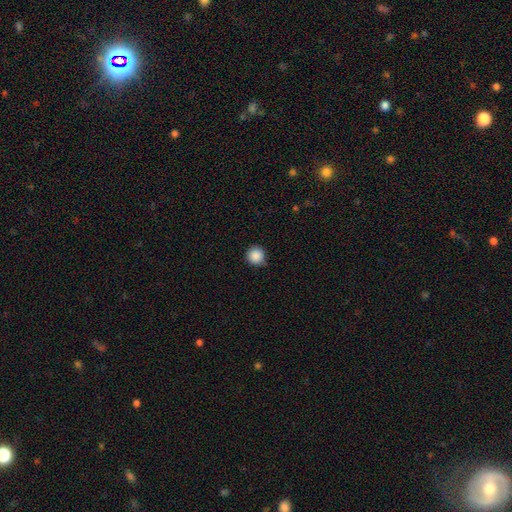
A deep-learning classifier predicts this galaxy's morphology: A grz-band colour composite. It shows a smooth galaxy with no disk features (88%) that is round (95%). Merging: none (83%).